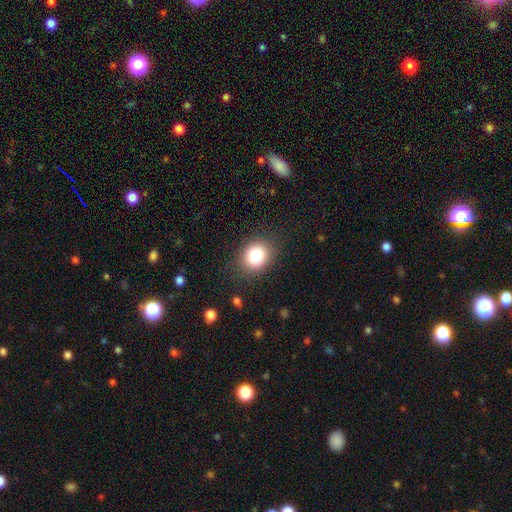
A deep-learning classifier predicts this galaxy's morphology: The model was most divided on "how rounded": round: 64%, in between: 35%, cigar-shaped: 1%. More confident: merging — none (86%); smooth or featured — smooth (82%).